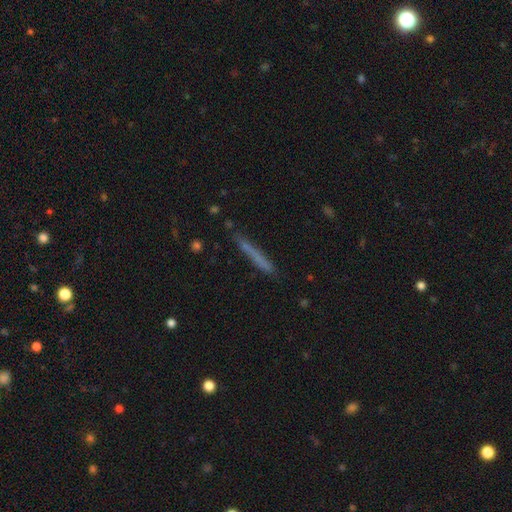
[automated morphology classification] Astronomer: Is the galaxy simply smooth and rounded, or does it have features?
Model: smooth — 61%.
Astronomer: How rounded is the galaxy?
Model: cigar-shaped — 96%.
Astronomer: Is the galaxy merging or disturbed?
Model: none — 81%.